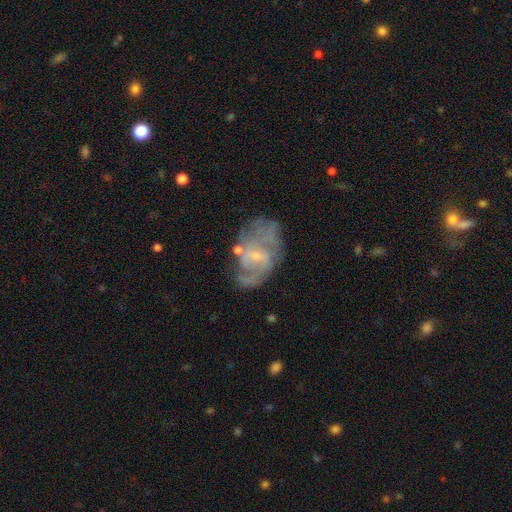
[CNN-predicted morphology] smooth_or_featured: featured or disk (p=0.74) [alt: smooth p=0.18]
disk_edge_on: no (p=0.97) [alt: yes p=0.03]
bar: weak (p=0.48) [alt: no p=0.42]
has_spiral_arms: yes (p=0.73) [alt: no p=0.27]
spiral_winding: medium (p=0.42) [alt: tight p=0.30]
spiral_arm_count: can't tell (p=0.43) [alt: 2 p=0.32]
bulge_size: small (p=0.71) [alt: moderate p=0.20]
merging: none (p=0.48) [alt: minor disturbance p=0.24]